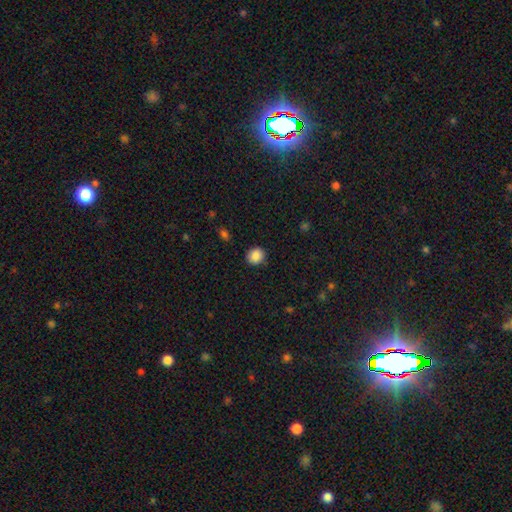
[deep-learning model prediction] Smooth or featured: smooth — 88% (star or artifact — 9%)
How rounded: round — 81% (in between — 18%)
Merging: none — 87% (minor disturbance — 10%)